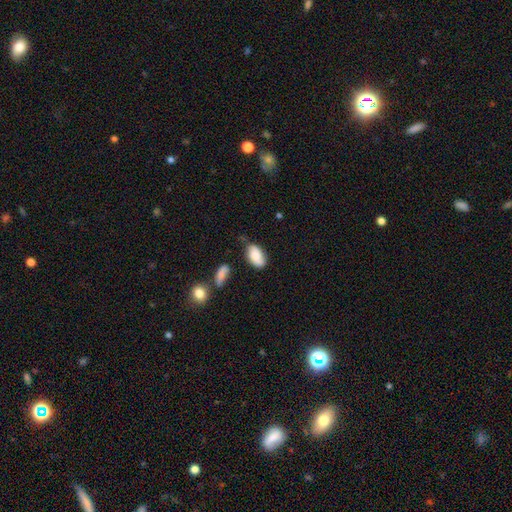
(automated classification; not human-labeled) smooth_or_featured: smooth (p=0.79) [alt: featured or disk p=0.14]
how_rounded: in between (p=0.93) [alt: round p=0.04]
merging: none (p=0.65) [alt: minor disturbance p=0.24]